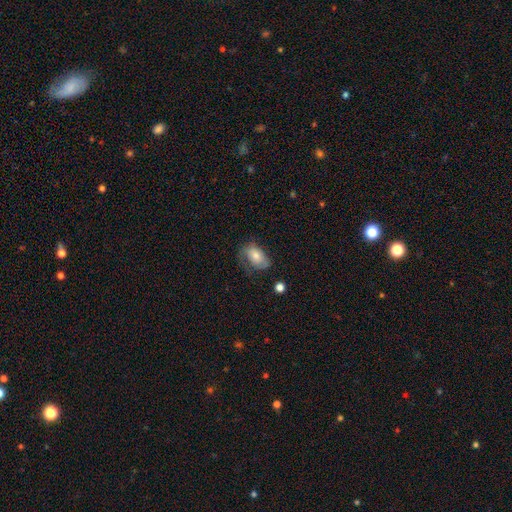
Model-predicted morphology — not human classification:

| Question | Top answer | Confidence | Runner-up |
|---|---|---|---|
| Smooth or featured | smooth | 63% | featured or disk (29%) |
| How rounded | in between | 87% | round (11%) |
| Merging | none | 43% | minor disturbance (30%) |